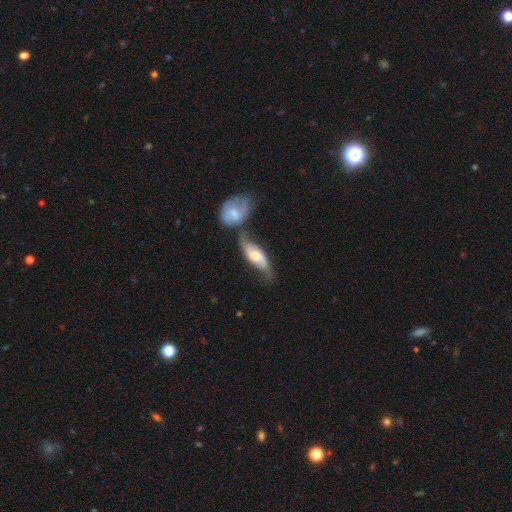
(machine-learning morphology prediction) This appears to be a featured or disk galaxy (55%). Merging: merger (38%).